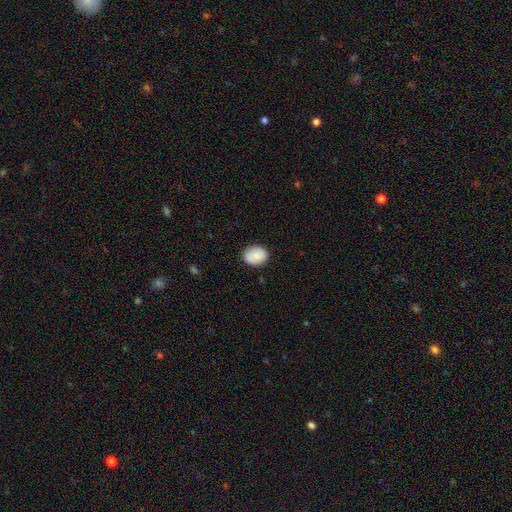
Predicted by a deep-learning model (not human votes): Q: Smooth or featured?
A: smooth (84%); runner-up: featured or disk (9%)
Q: How rounded?
A: in between (60%); runner-up: round (39%)
Q: Merging?
A: none (83%); runner-up: minor disturbance (13%)